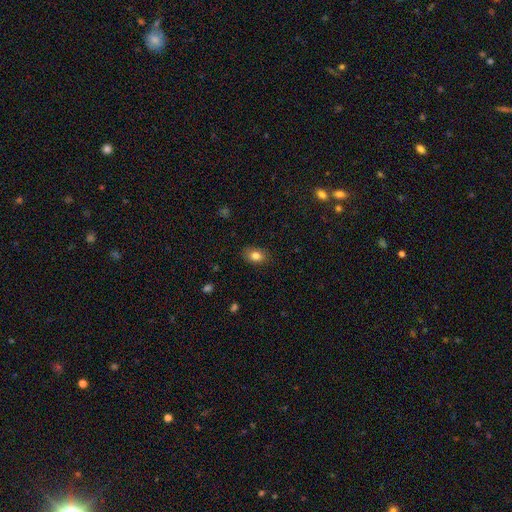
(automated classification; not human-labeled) smooth 82%, star or artifact 10%, featured or disk 8%. Down the decision tree: how rounded — in between (75%); merging — none (85%).